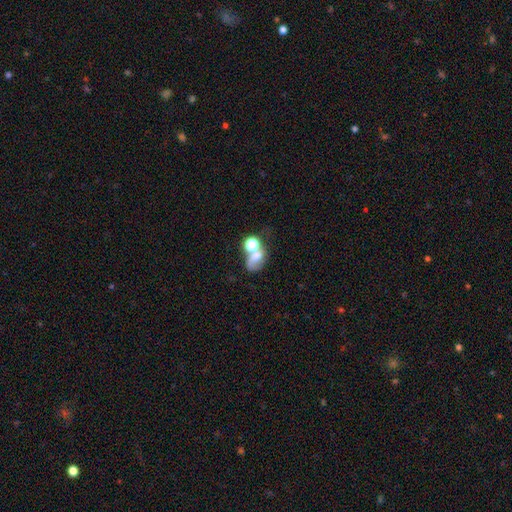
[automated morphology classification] Smooth or featured? Predicted: smooth (p=0.54). How rounded? Predicted: in between (p=0.62). Merging? Predicted: merger (p=0.48).